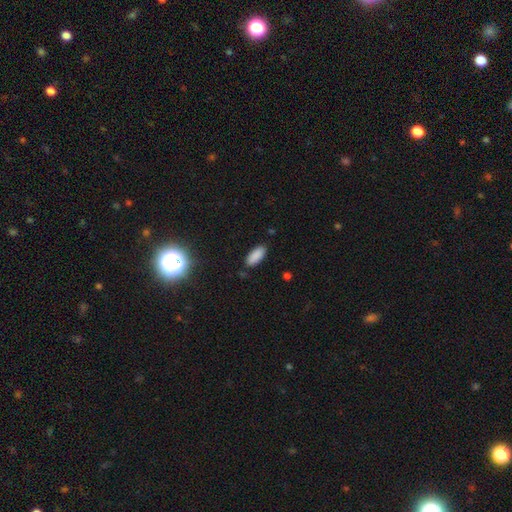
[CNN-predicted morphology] Overall: smooth (87%). How rounded: in between (83%). Merging: none (86%).